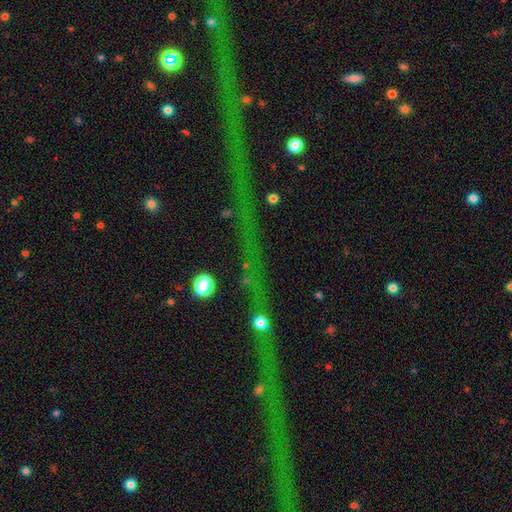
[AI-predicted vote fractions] This appears to be a star or artifact, not a galaxy (69%).